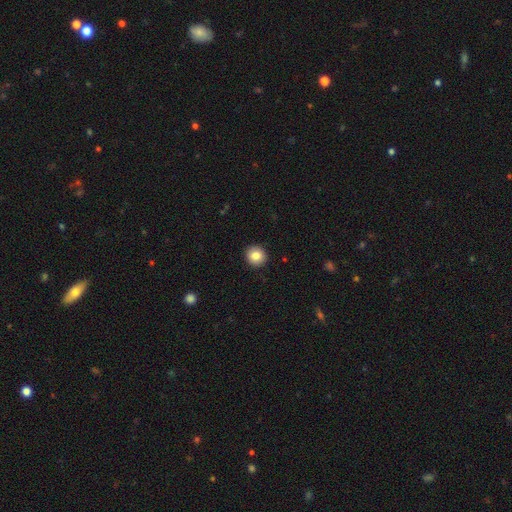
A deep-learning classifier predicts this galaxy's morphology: smooth 85%, star or artifact 9%, featured or disk 6%. Down the decision tree: how rounded — round (90%); merging — none (92%).